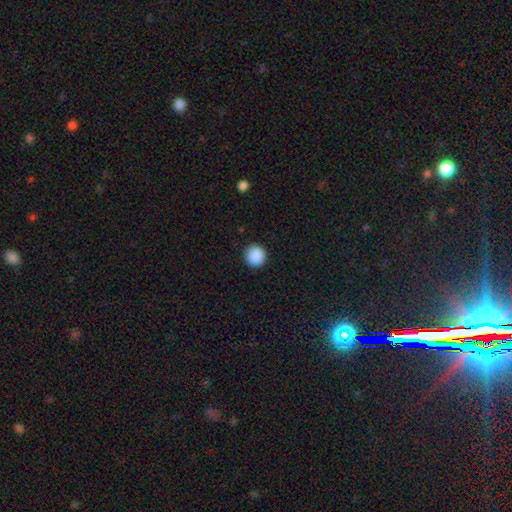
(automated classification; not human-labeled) Overall: smooth (89%). How rounded: round (94%). Merging: none (92%).